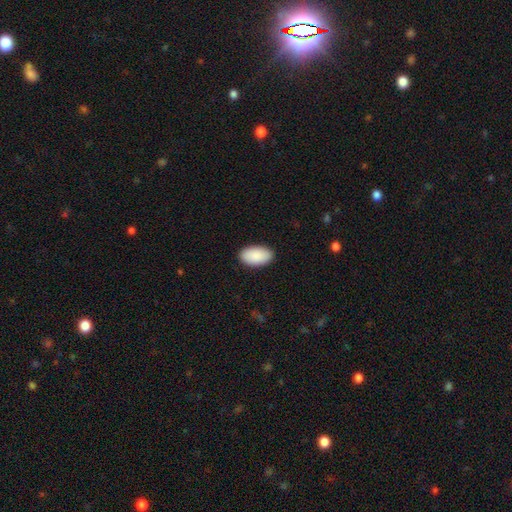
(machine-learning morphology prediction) smooth_or_featured: smooth (p=0.91) [alt: star or artifact p=0.05]
how_rounded: in between (p=0.96) [alt: round p=0.03]
merging: none (p=0.90) [alt: minor disturbance p=0.08]